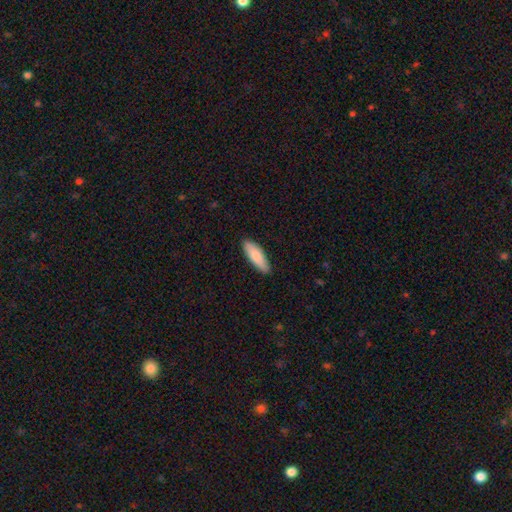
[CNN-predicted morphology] Smooth or featured?
  - smooth: 84% *
  - featured or disk: 11%
  - star or artifact: 5%
How rounded?
  - in between: 56% *
  - cigar-shaped: 42%
  - round: 2%
Merging?
  - none: 88% *
  - minor disturbance: 9%
  - major disturbance: 2%
  - merger: 1%